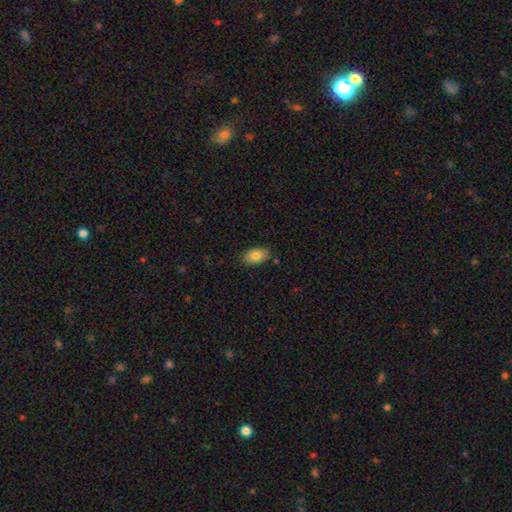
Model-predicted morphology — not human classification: A smooth galaxy with no disk features (83%) that is in between round and cigar-shaped (92%).

Vote fractions:
- Smooth or featured? smooth: 83% / featured or disk: 10% / star or artifact: 7%
- How rounded? in between: 92% / round: 6% / cigar-shaped: 2%
- Merging? none: 84% / minor disturbance: 12% / major disturbance: 2% / merger: 2%